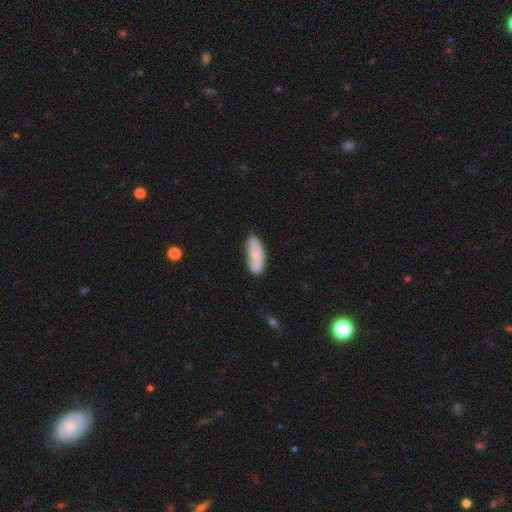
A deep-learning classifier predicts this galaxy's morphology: type=smooth (66%); roundness=in between (79%); merging=none (70%).